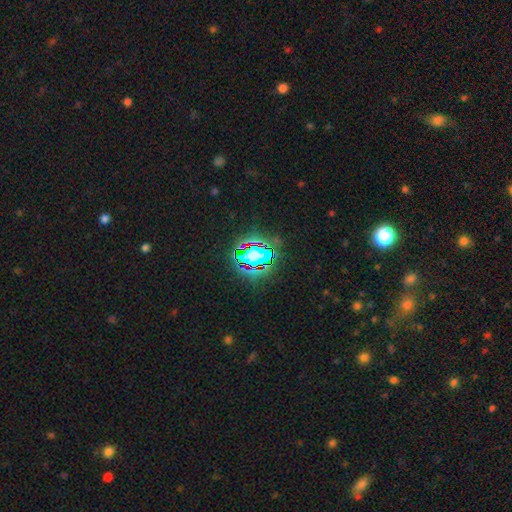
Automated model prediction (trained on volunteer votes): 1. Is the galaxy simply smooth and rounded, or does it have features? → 77% star or artifact, 13% smooth, 10% featured or disk.